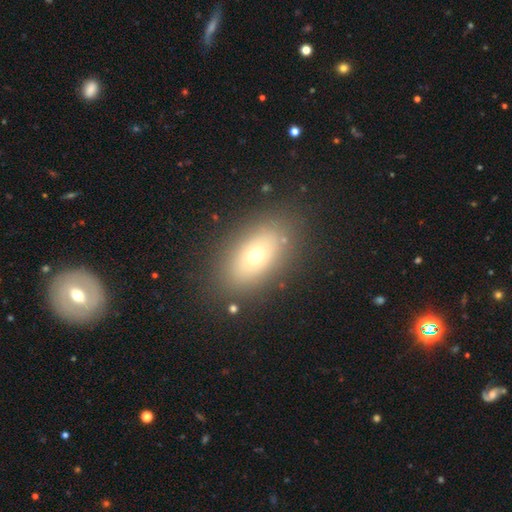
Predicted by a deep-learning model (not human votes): A smooth galaxy with no disk features (65%) that is in between round and cigar-shaped (84%).

Vote fractions:
- Smooth or featured? smooth: 65% / featured or disk: 23% / star or artifact: 13%
- How rounded? in between: 84% / round: 11% / cigar-shaped: 5%
- Merging? none: 84% / minor disturbance: 10% / major disturbance: 4% / merger: 2%